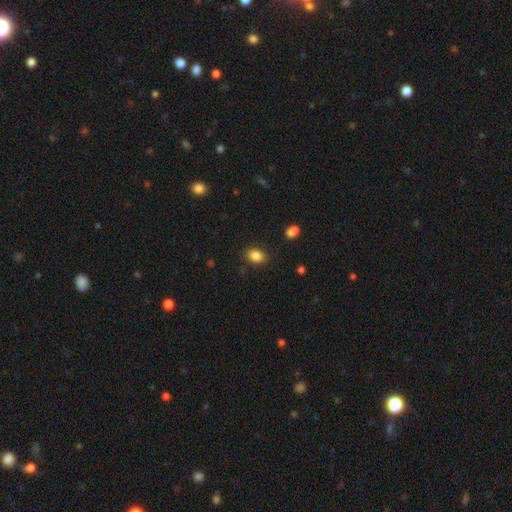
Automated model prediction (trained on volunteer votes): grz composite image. It shows a smooth galaxy with no disk features (86%) that is in between round and cigar-shaped (67%). Merging: none (86%).